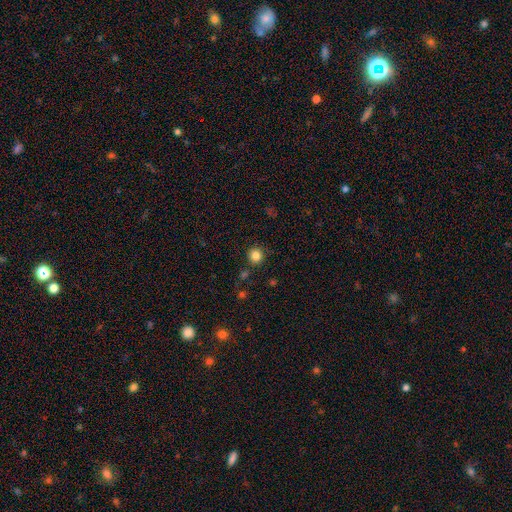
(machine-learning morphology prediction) A smooth galaxy with no disk features (84%) that is round (94%).

Vote fractions:
- Smooth or featured? smooth: 84% / star or artifact: 12% / featured or disk: 4%
- How rounded? round: 94% / in between: 5% / cigar-shaped: 1%
- Merging? none: 88% / minor disturbance: 7% / merger: 3% / major disturbance: 2%